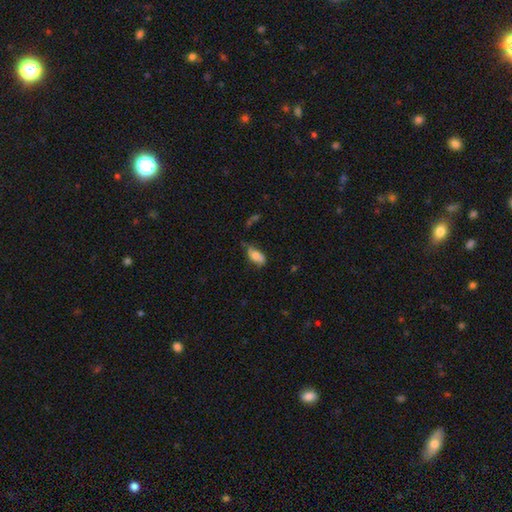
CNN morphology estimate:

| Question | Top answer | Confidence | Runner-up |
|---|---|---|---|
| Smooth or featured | smooth | 62% | featured or disk (29%) |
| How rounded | in between | 88% | cigar-shaped (8%) |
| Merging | none | 51% | minor disturbance (32%) |